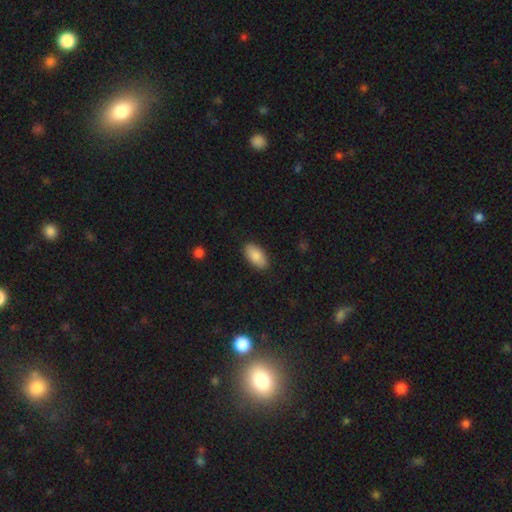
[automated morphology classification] Overall: smooth (85%). How rounded: in between (93%). Merging: none (88%).